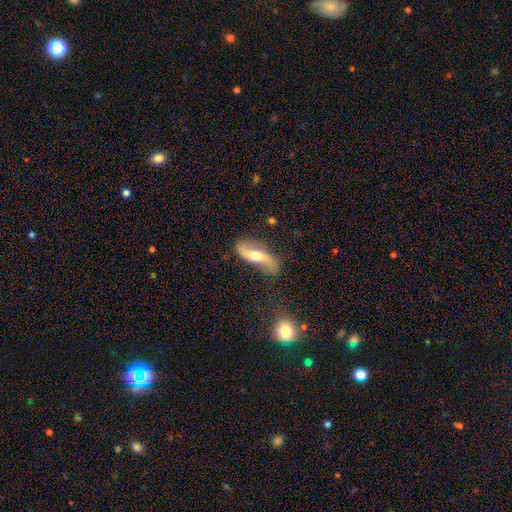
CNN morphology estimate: smooth-or-featured: featured or disk: 70% | smooth: 24% | star or artifact: 6%
  disk-edge-on: no: 85% | yes: 15%
    bar: no: 47% | weak: 35% | strong: 18%
    has-spiral-arms: yes: 90% | no: 10%
      spiral-winding: loose: 78% | medium: 16% | tight: 5%
      spiral-arm-count: 2: 90% | can't tell: 4% | 1: 3% | 3: 1% | 4: 1% | more than 4: 1%
    bulge-size: moderate: 70% | small: 16% | large: 12% | none: 2% | dominant: 1%
  merging: none: 68% | minor disturbance: 21% | major disturbance: 8% | merger: 3%